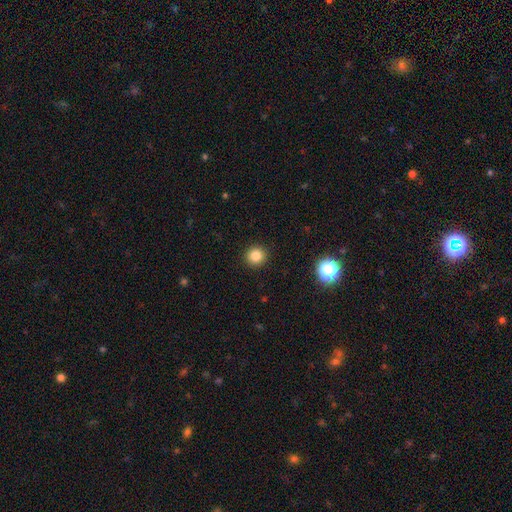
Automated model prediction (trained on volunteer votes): Overall: smooth (84%). How rounded: round (93%). Merging: none (92%).